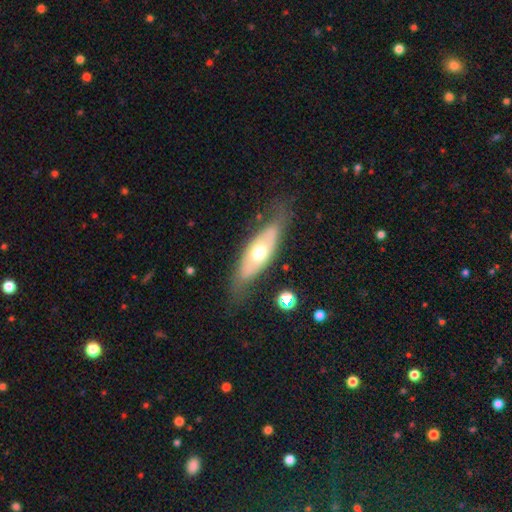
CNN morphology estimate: Smooth or featured?
  - featured or disk: 50% *
  - smooth: 44%
  - star or artifact: 6%
Merging?
  - none: 69% *
  - minor disturbance: 20%
  - major disturbance: 8%
  - merger: 2%